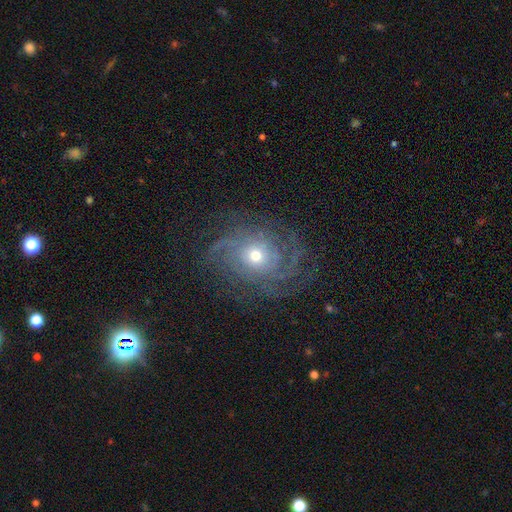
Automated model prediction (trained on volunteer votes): smooth-or-featured: featured or disk: 82% | smooth: 10% | star or artifact: 9%
  disk-edge-on: no: 96% | yes: 4%
    bar: no: 81% | weak: 15% | strong: 4%
    has-spiral-arms: yes: 92% | no: 8%
      spiral-winding: tight: 56% | medium: 31% | loose: 13%
      spiral-arm-count: can't tell: 31% | 4: 18% | 3: 17% | 2: 14% | more than 4: 13% | 1: 7%
    bulge-size: moderate: 47% (tied) | small: 47% (tied) | large: 4% | dominant: 1% | none: 1%
  merging: none: 72% | minor disturbance: 15% | major disturbance: 12% | merger: 1%